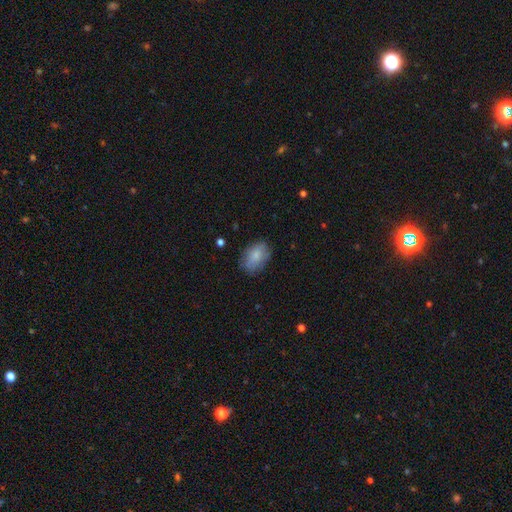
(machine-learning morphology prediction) type=smooth (80%); roundness=in between (83%); merging=none (75%).